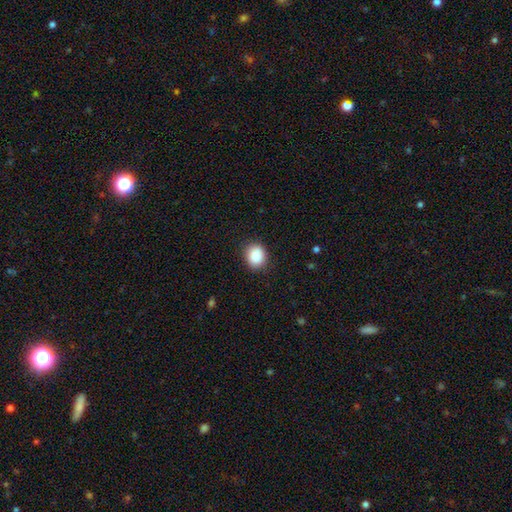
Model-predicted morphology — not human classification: The model was most divided on "how rounded": round: 64%, in between: 35%, cigar-shaped: 1%. More confident: smooth or featured — smooth (89%); merging — none (88%).